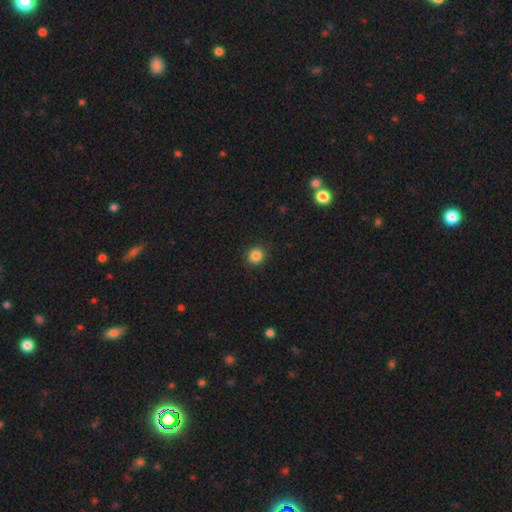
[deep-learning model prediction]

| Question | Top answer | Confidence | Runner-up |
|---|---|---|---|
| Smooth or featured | smooth | 85% | star or artifact (11%) |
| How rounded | round | 86% | in between (13%) |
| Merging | none | 91% | minor disturbance (6%) |